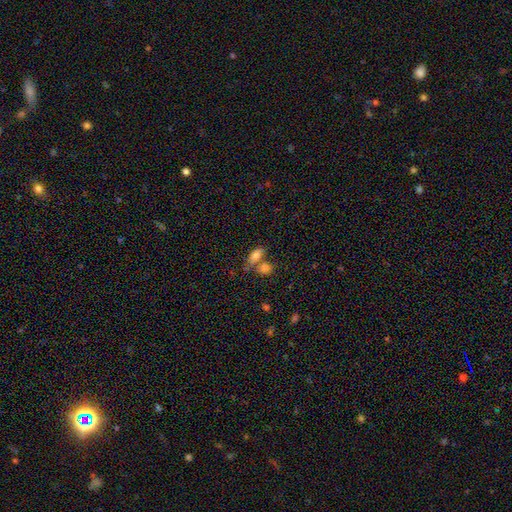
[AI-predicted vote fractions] A smooth galaxy with no disk features (78%) that is in between round and cigar-shaped (86%). Merging: none (45%).